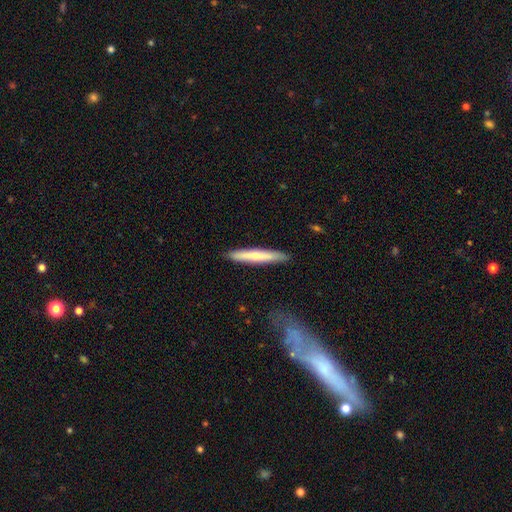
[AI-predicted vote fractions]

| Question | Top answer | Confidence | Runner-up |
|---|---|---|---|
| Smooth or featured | smooth | 60% | featured or disk (35%) |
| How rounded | cigar-shaped | 94% | in between (4%) |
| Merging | none | 88% | minor disturbance (9%) |